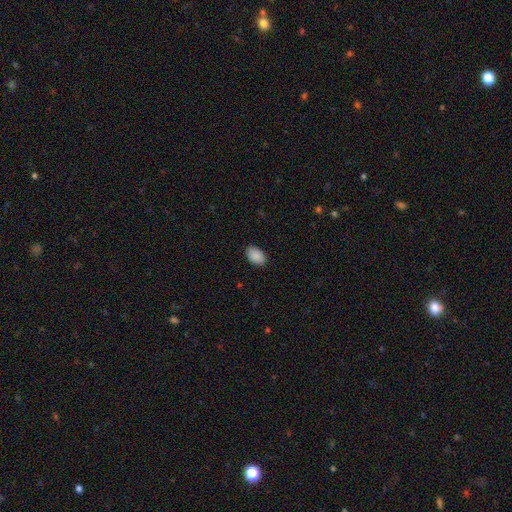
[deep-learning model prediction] A smooth galaxy with no disk features (90%) that is in between round and cigar-shaped (89%).

Vote fractions:
- Smooth or featured? smooth: 90% / star or artifact: 7% / featured or disk: 3%
- How rounded? in between: 89% / round: 10% / cigar-shaped: 1%
- Merging? none: 87% / minor disturbance: 10% / major disturbance: 2% / merger: 1%